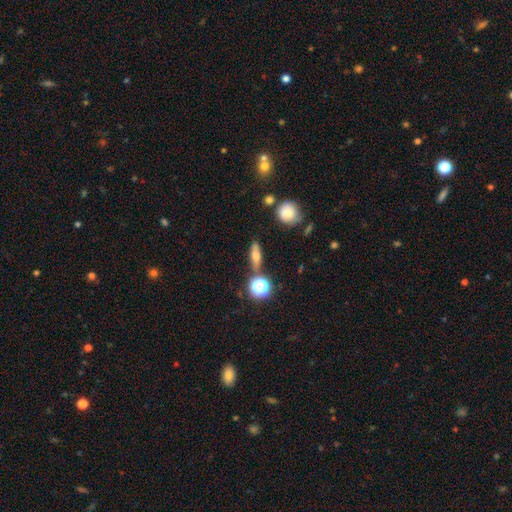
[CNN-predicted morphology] A smooth galaxy with no disk features (49%). Merging: none (80%).